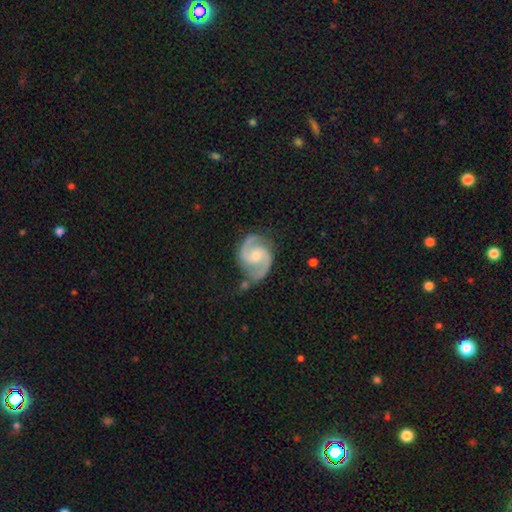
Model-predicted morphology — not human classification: Smooth or featured? Predicted: featured or disk (p=0.92). Edge-on disk? Predicted: no (p=0.98). Bar? Predicted: no (p=0.50). Spiral arms? Predicted: yes (p=0.98). Spiral winding? Predicted: medium (p=0.62). Spiral arm count? Predicted: 2 (p=0.94). Bulge size? Predicted: moderate (p=0.54). Merging? Predicted: none (p=0.74).